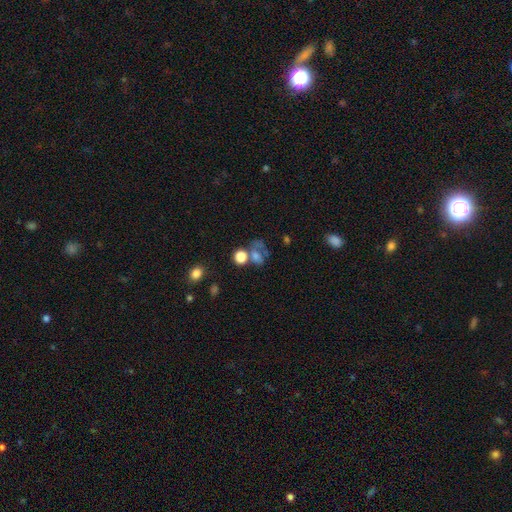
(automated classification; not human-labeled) smooth_or_featured: smooth (p=0.60) [alt: featured or disk p=0.21]
how_rounded: round (p=0.55) [alt: in between p=0.43]
merging: merger (p=0.31) [alt: none p=0.30]